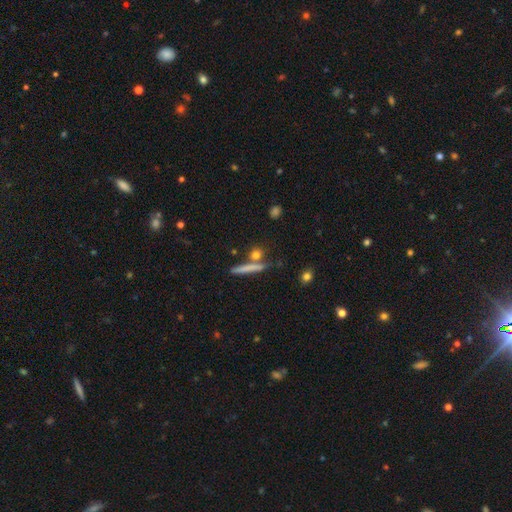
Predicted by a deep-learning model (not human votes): A smooth galaxy with no disk features (38%).

Vote fractions:
- Smooth or featured? smooth: 38% / star or artifact: 34% / featured or disk: 28%
- Merging? none: 55% / merger: 22% / minor disturbance: 13% / major disturbance: 10%